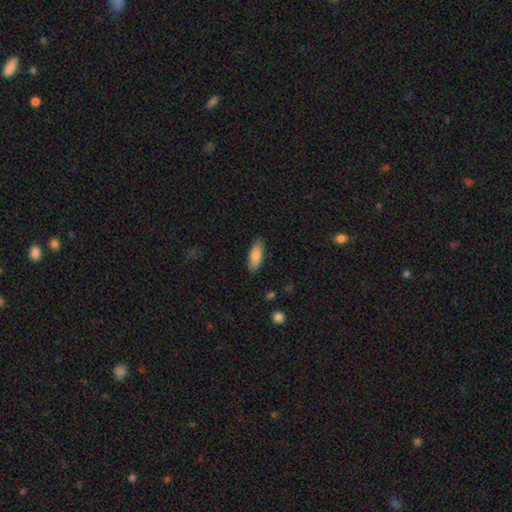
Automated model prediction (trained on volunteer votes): smooth_or_featured: smooth (p=0.86) [alt: featured or disk p=0.08]
how_rounded: in between (p=0.74) [alt: cigar-shaped p=0.24]
merging: none (p=0.86) [alt: minor disturbance p=0.10]